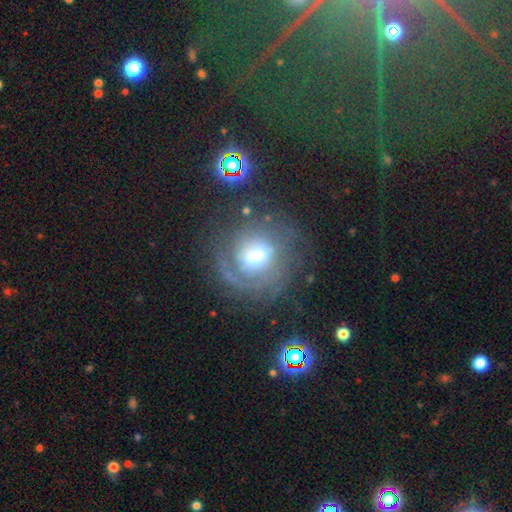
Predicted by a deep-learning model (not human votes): Smooth or featured: featured or disk — 70% (smooth — 18%)
Edge-on disk: no — 96% (yes — 4%)
Bar: weak — 46% (no — 41%)
Spiral arms: yes — 84% (no — 16%)
Spiral winding: tight — 59% (medium — 30%)
Spiral arm count: can't tell — 44% (2 — 23%)
Bulge size: moderate — 59% (small — 19%)
Merging: none — 68% (minor disturbance — 16%)